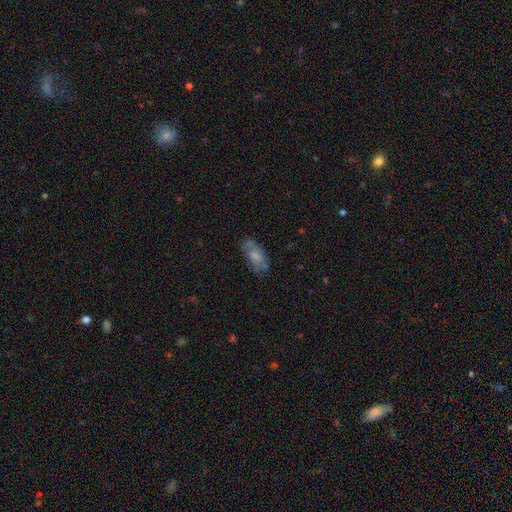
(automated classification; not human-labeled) The model was most divided on "smooth or featured": smooth: 55%, featured or disk: 35%, star or artifact: 10%. More confident: how rounded — in between (86%); merging — none (58%).